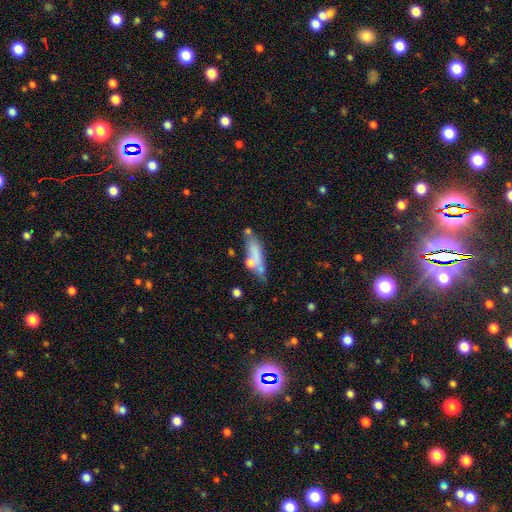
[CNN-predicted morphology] Overall: smooth (64%; featured or disk 27%). How rounded: cigar-shaped (59%; in between 38%). Merging: none (53%; minor disturbance 22%).